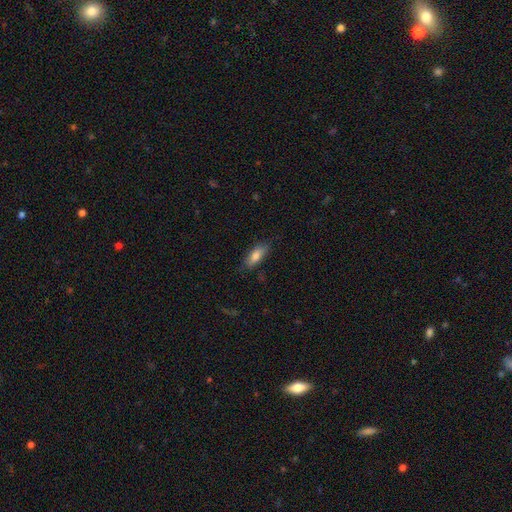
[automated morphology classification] Smooth or featured: smooth — 78% (featured or disk — 15%)
How rounded: in between — 69% (cigar-shaped — 29%)
Merging: none — 75% (minor disturbance — 19%)